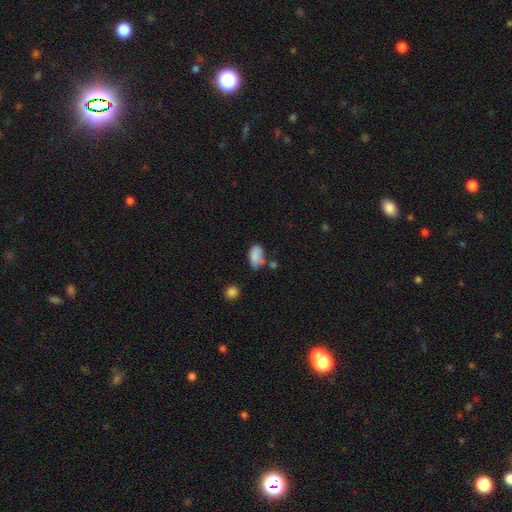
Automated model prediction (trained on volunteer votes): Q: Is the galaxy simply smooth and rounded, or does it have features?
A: smooth — 83%.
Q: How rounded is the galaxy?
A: in between — 91%.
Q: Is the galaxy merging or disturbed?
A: none — 50%.